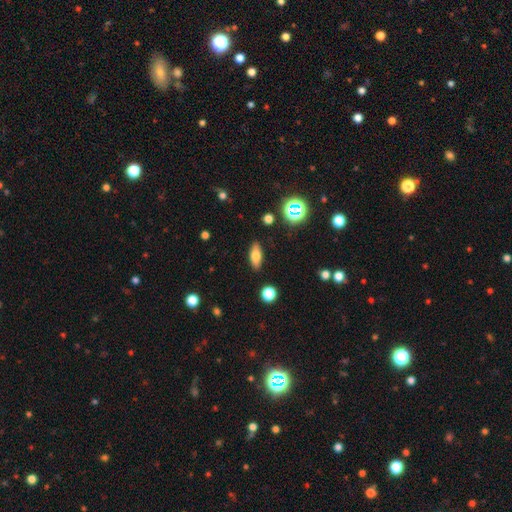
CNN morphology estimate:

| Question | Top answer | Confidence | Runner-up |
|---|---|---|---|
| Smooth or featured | smooth | 70% | featured or disk (19%) |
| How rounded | in between | 75% | cigar-shaped (21%) |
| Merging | none | 87% | minor disturbance (9%) |